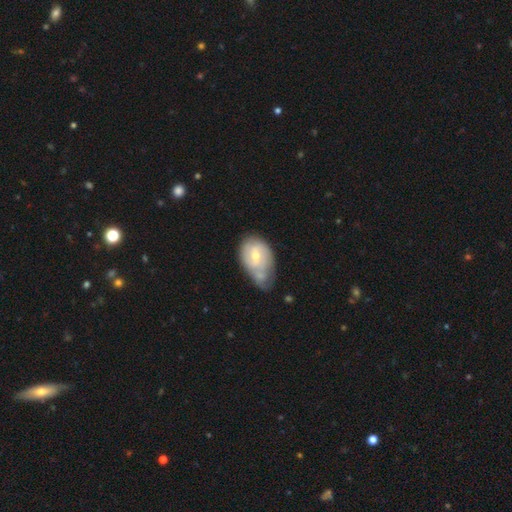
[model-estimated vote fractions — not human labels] Smooth or featured? featured or disk (60%)
Edge-on disk? no (96%)
Bar? no (52%)
Spiral arms? yes (71%)
Bulge size? moderate (53%)
Merging? minor disturbance (32%)